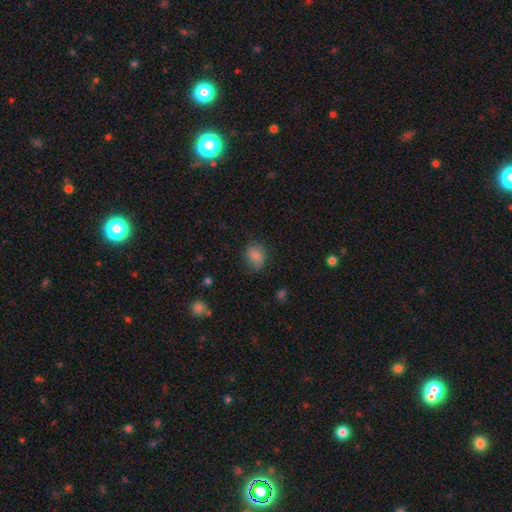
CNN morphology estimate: smooth_or_featured: smooth (p=0.83) [alt: star or artifact p=0.09]
how_rounded: in between (p=0.51) [alt: round p=0.48]
merging: none (p=0.73) [alt: minor disturbance p=0.21]